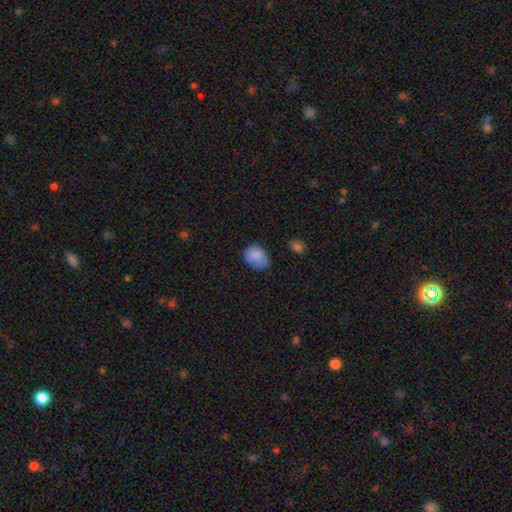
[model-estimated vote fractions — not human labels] smooth-or-featured: smooth: 84% | featured or disk: 8% | star or artifact: 8%
  how-rounded: in between: 62% | round: 37% | cigar-shaped: 1%
  merging: none: 59% | minor disturbance: 31% | major disturbance: 8% | merger: 2%